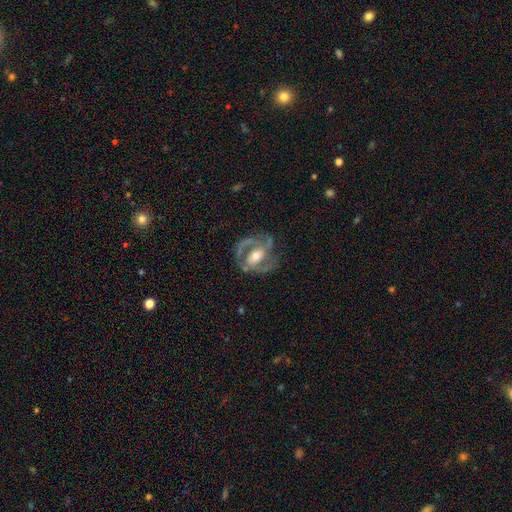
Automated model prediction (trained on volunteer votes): This is clearly a featured or disk galaxy (86%). It is clearly not viewed edge-on (97%). Bar: marginally weak (39%). Spiral arm pattern: clearly yes (93%). Spiral arm count: likely 2 (61%). Spiral winding: possibly medium (50%). Central bulge: likely moderate (66%). Merging: likely none (67%).